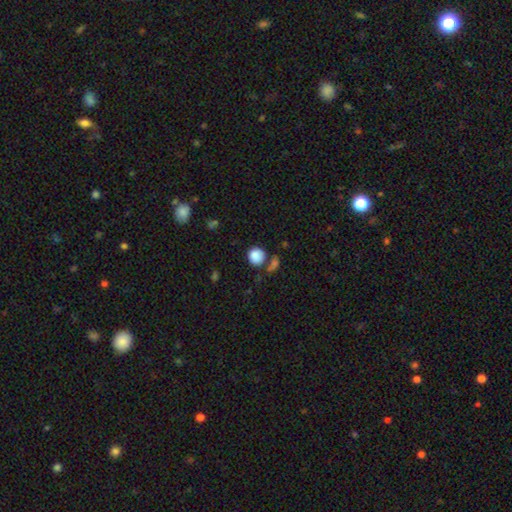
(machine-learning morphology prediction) Smooth or featured: smooth — 86% (star or artifact — 9%)
How rounded: round — 88% (in between — 11%)
Merging: none — 67% (merger — 15%)